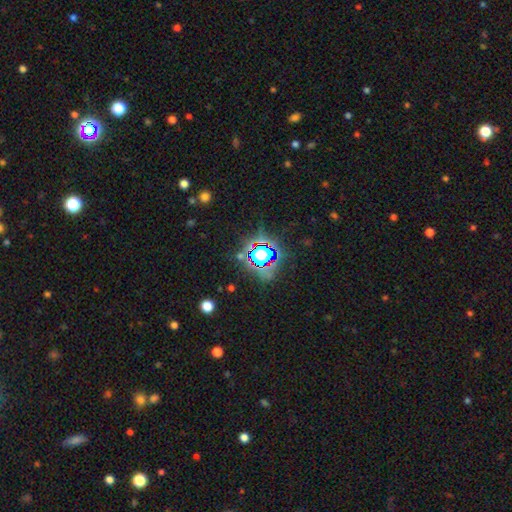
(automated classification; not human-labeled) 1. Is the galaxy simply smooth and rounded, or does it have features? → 73% star or artifact, 17% smooth, 10% featured or disk.